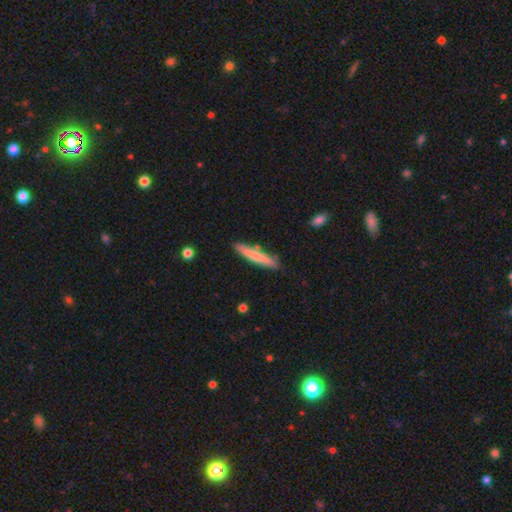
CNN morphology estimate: Smooth or featured?
  - smooth: 68% *
  - featured or disk: 26%
  - star or artifact: 5%
How rounded?
  - cigar-shaped: 94% *
  - in between: 5%
  - round: 1%
Merging?
  - none: 84% *
  - minor disturbance: 11%
  - merger: 3%
  - major disturbance: 2%